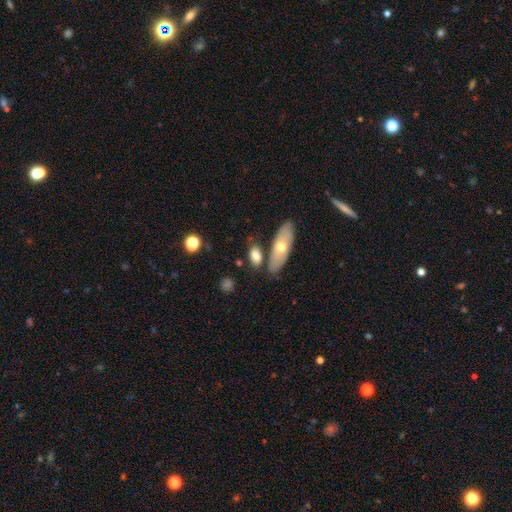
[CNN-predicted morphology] The model was most divided on "merging": none: 65%, merger: 16%, minor disturbance: 14%, major disturbance: 5%. More confident: how rounded — in between (73%); smooth or featured — smooth (73%).